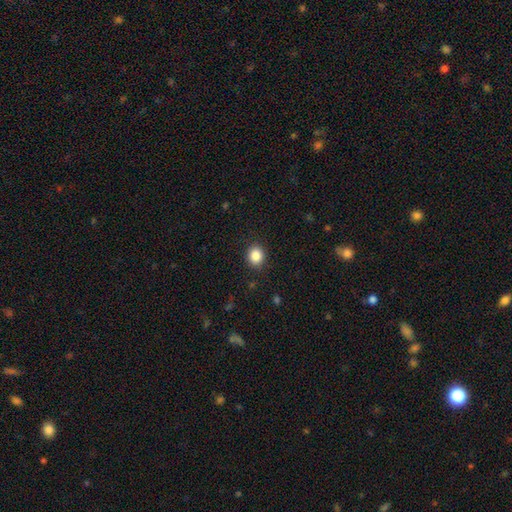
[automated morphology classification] Smooth or featured?
  - smooth: 86% *
  - star or artifact: 10%
  - featured or disk: 4%
How rounded?
  - round: 70% *
  - in between: 29%
  - cigar-shaped: 1%
Merging?
  - none: 89% *
  - minor disturbance: 7%
  - major disturbance: 2%
  - merger: 1%